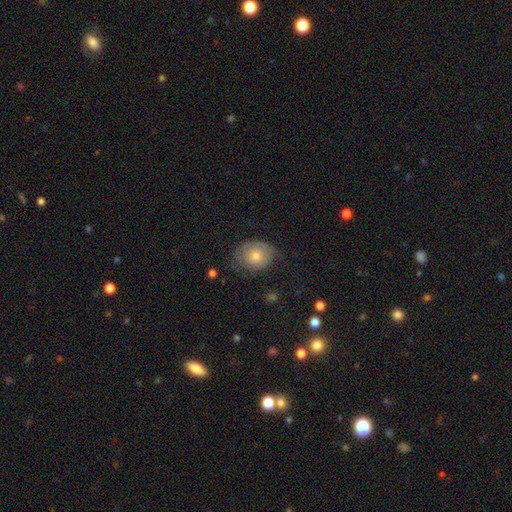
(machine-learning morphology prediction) Overall: smooth (58%; featured or disk 33%). How rounded: round (49%, tied with in between). Merging: none (62%; minor disturbance 27%).